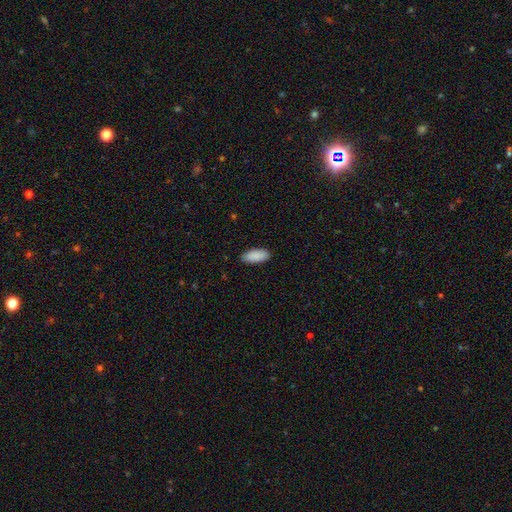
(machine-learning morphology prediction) smooth_or_featured: smooth (p=0.90) [alt: star or artifact p=0.06]
how_rounded: in between (p=0.88) [alt: cigar-shaped p=0.10]
merging: none (p=0.88) [alt: minor disturbance p=0.10]